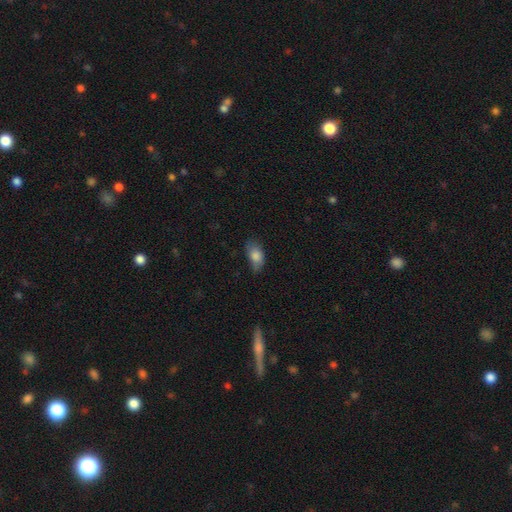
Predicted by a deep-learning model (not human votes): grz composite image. It shows a smooth galaxy with no disk features (83%) that is in between round and cigar-shaped (89%). Merging: none (64%).